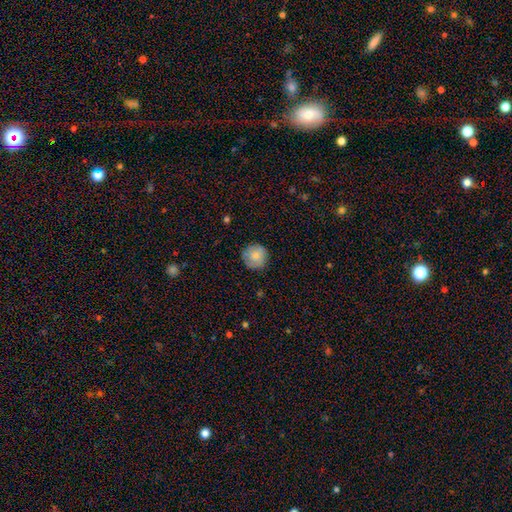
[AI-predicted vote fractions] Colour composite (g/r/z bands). It shows a smooth galaxy with no disk features (80%) that is round (95%). Merging: none (86%).